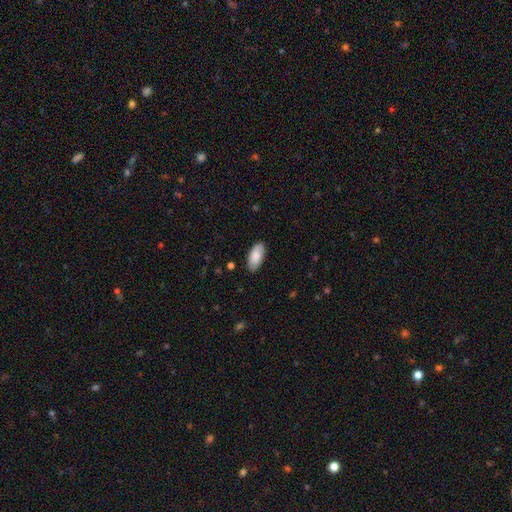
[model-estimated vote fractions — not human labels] Q: Smooth or featured?
A: smooth (84%); runner-up: featured or disk (10%)
Q: How rounded?
A: in between (92%); runner-up: cigar-shaped (6%)
Q: Merging?
A: none (86%); runner-up: minor disturbance (11%)